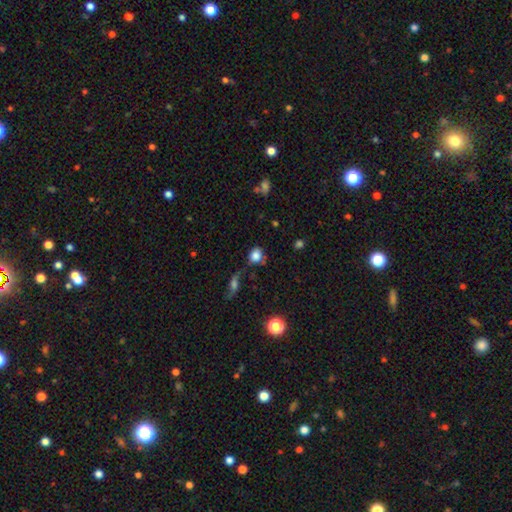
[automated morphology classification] A smooth galaxy with no disk features (79%) that is round (67%).

Vote fractions:
- Smooth or featured? smooth: 79% / star or artifact: 11% / featured or disk: 10%
- How rounded? round: 67% / in between: 32% / cigar-shaped: 2%
- Merging? none: 55% / minor disturbance: 23% / merger: 12% / major disturbance: 10%